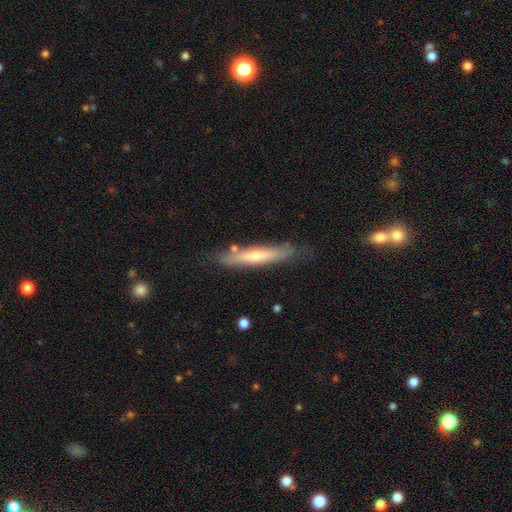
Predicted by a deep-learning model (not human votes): This appears to be a featured or disk galaxy (58%) viewed edge-on (83%). Merging: none (79%).